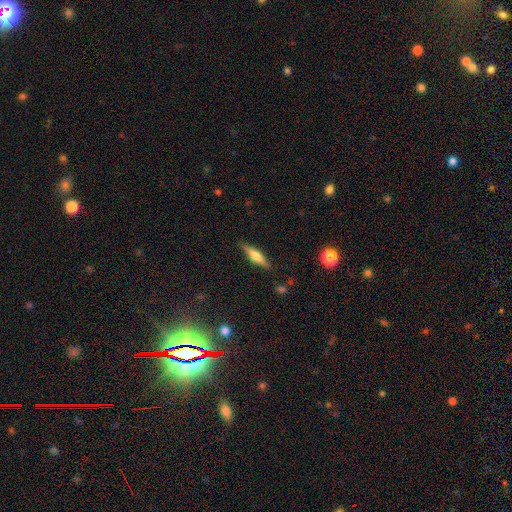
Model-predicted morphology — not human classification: Smooth or featured?
  - featured or disk: 48% *
  - smooth: 45%
  - star or artifact: 7%
Merging?
  - none: 86% *
  - minor disturbance: 10%
  - major disturbance: 2%
  - merger: 1%